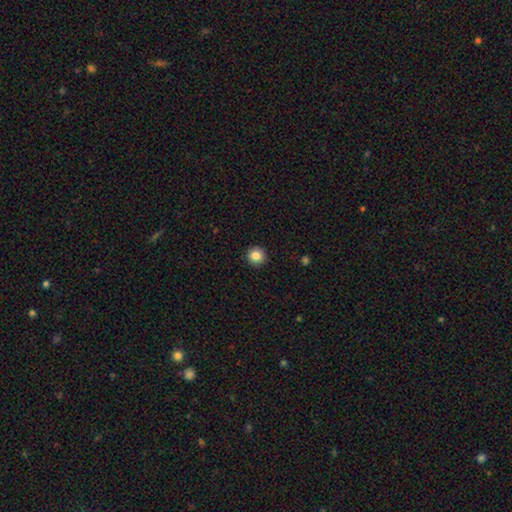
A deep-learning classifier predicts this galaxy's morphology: A smooth galaxy with no disk features (84%) that is round (95%).

Vote fractions:
- Smooth or featured? smooth: 84% / star or artifact: 10% / featured or disk: 6%
- How rounded? round: 95% / in between: 4% / cigar-shaped: 1%
- Merging? none: 92% / minor disturbance: 5% / major disturbance: 2% / merger: 1%